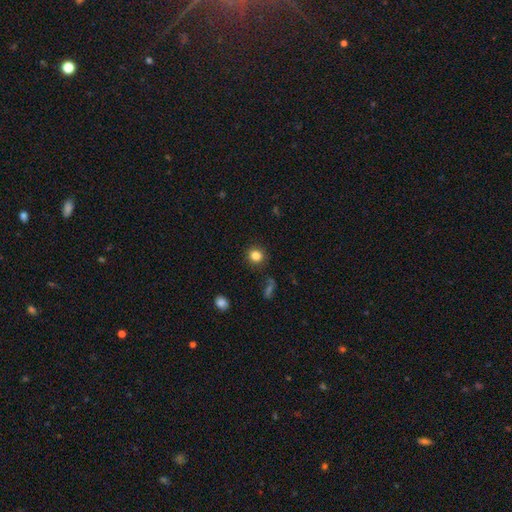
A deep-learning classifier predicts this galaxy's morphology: Q: Smooth or featured?
A: smooth (84%); runner-up: star or artifact (11%)
Q: How rounded?
A: round (86%); runner-up: in between (13%)
Q: Merging?
A: none (88%); runner-up: minor disturbance (8%)